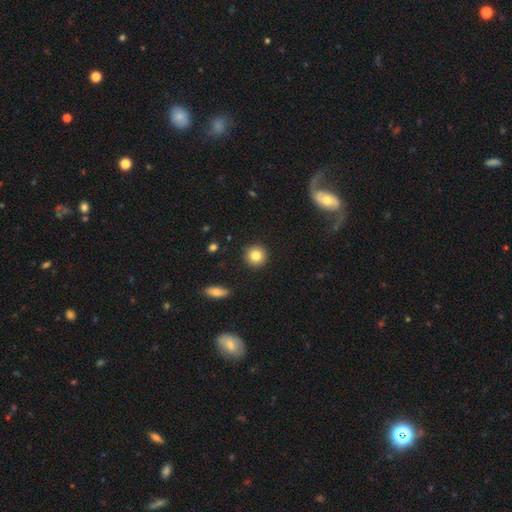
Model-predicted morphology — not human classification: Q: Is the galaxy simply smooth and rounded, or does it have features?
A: smooth — 83%.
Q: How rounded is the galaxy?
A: round — 93%.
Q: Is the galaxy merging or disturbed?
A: none — 91%.